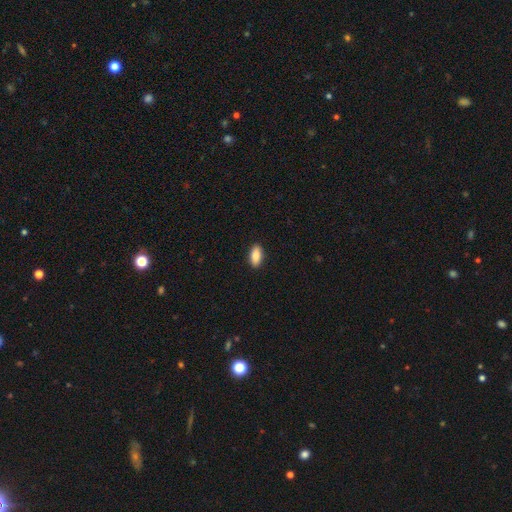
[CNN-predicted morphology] smooth 86%, featured or disk 8%, star or artifact 6%. Down the decision tree: how rounded — in between (88%); merging — none (91%).